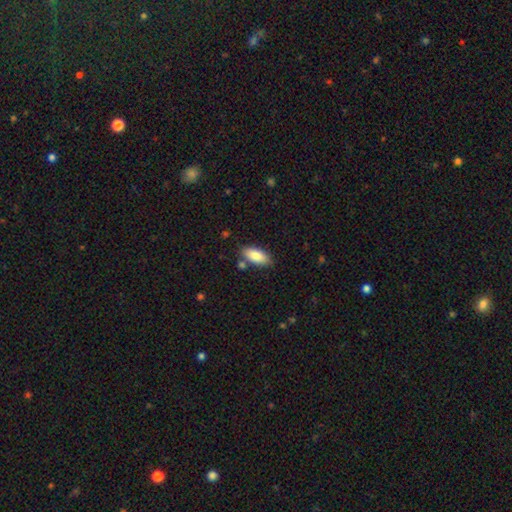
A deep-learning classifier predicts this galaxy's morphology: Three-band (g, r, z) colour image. It shows a smooth galaxy with no disk features (85%) that is in between round and cigar-shaped (87%). Merging: none (79%).